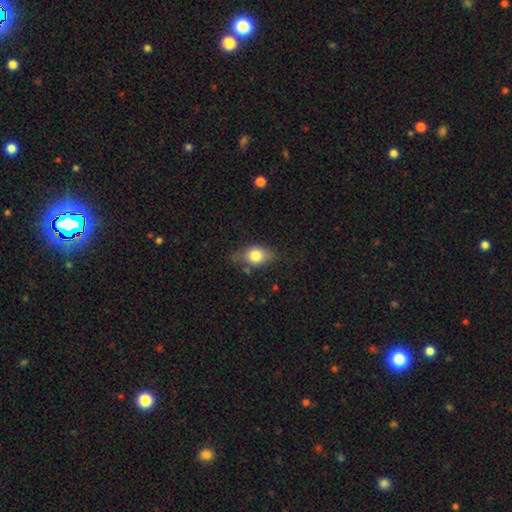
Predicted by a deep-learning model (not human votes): Smooth or featured: smooth — 77% (featured or disk — 14%)
How rounded: in between — 69% (round — 28%)
Merging: none — 65% (minor disturbance — 25%)